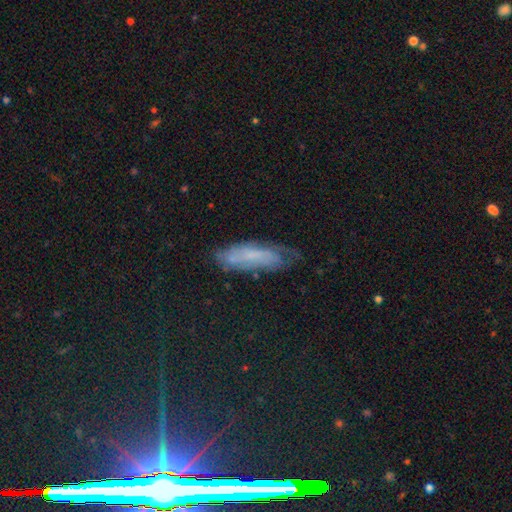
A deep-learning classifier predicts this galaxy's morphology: This is possibly a smooth galaxy (50%). How rounded: possibly in between (54%). Merging: possibly none (49%).